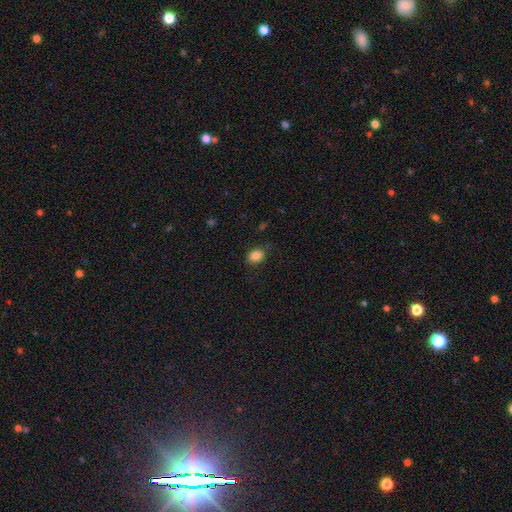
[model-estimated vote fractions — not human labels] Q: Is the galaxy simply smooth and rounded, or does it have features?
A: smooth — 86%.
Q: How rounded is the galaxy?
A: in between — 70%.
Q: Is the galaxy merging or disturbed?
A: none — 84%.